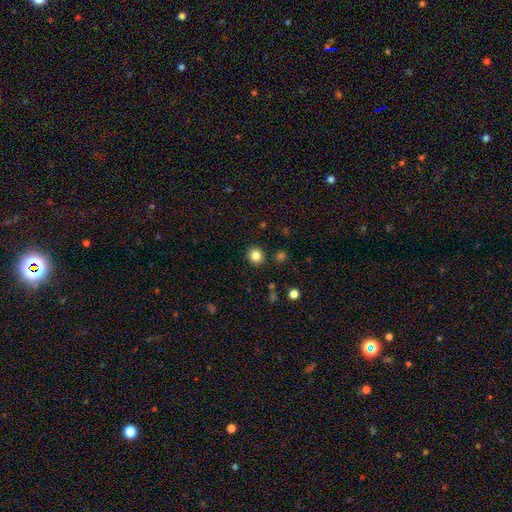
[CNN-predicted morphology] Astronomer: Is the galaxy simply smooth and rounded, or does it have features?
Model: smooth — 84%.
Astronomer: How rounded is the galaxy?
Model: round — 87%.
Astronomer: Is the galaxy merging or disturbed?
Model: none — 90%.